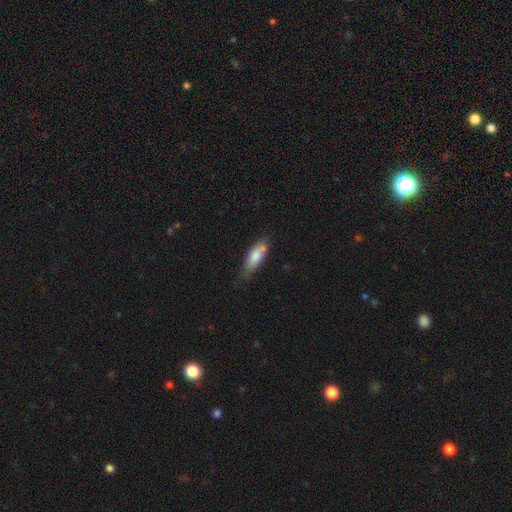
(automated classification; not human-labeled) Smooth or featured?
  - smooth: 77% *
  - featured or disk: 17%
  - star or artifact: 6%
How rounded?
  - in between: 62% *
  - cigar-shaped: 36%
  - round: 2%
Merging?
  - none: 56% *
  - minor disturbance: 28%
  - merger: 10%
  - major disturbance: 6%